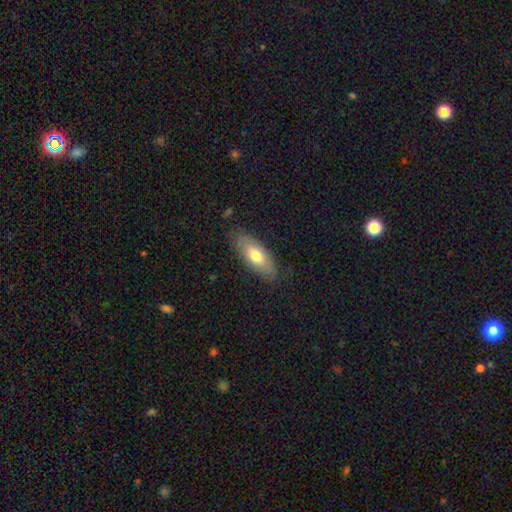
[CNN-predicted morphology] smooth_or_featured: smooth (p=0.68) [alt: featured or disk p=0.25]
how_rounded: in between (p=0.75) [alt: cigar-shaped p=0.23]
merging: none (p=0.81) [alt: minor disturbance p=0.15]